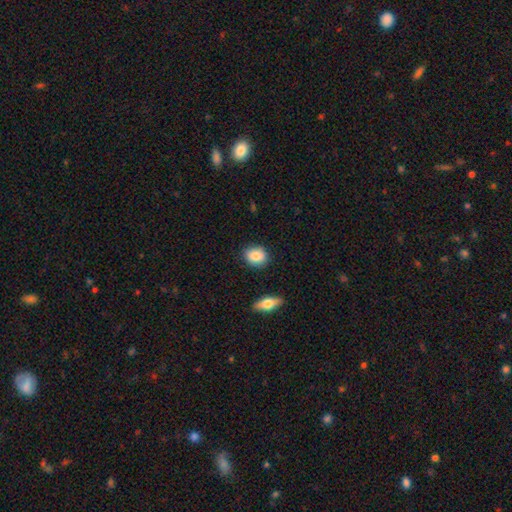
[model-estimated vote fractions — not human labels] This is clearly a smooth galaxy (83%). How rounded: possibly round (56%). Merging: clearly none (84%).